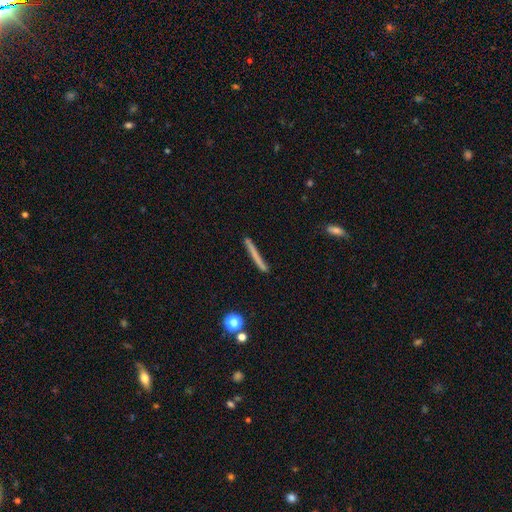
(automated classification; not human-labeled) Overall: smooth (61%; featured or disk 31%). How rounded: cigar-shaped (96%). Merging: none (87%).